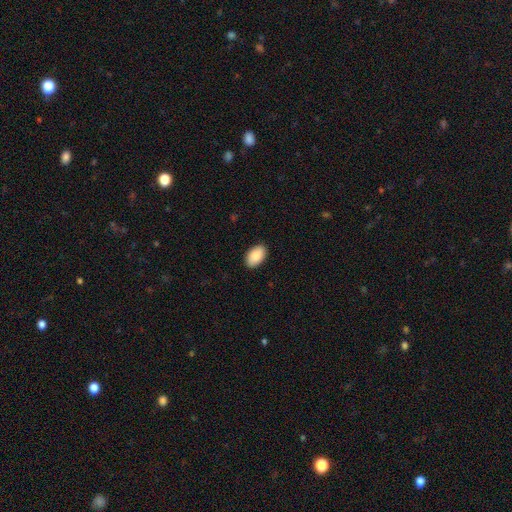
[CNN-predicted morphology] smooth-or-featured: smooth: 89% | star or artifact: 6% | featured or disk: 5%
  how-rounded: in between: 93% | round: 5% | cigar-shaped: 1%
  merging: none: 90% | minor disturbance: 8% | major disturbance: 2% | merger: 1%